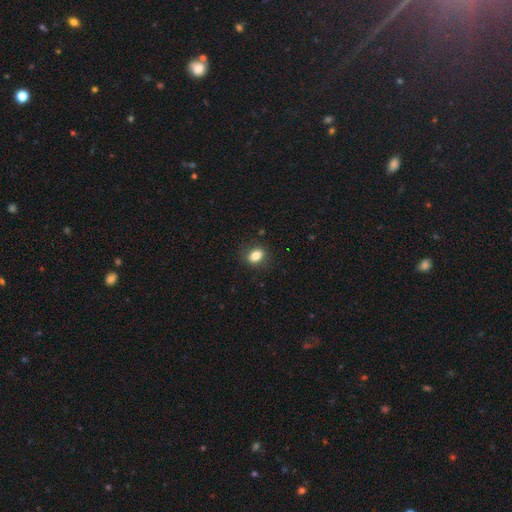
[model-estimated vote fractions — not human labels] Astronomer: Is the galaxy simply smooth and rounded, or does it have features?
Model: smooth — 82%.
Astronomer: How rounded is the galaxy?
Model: in between — 70%.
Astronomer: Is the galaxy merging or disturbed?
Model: none — 85%.